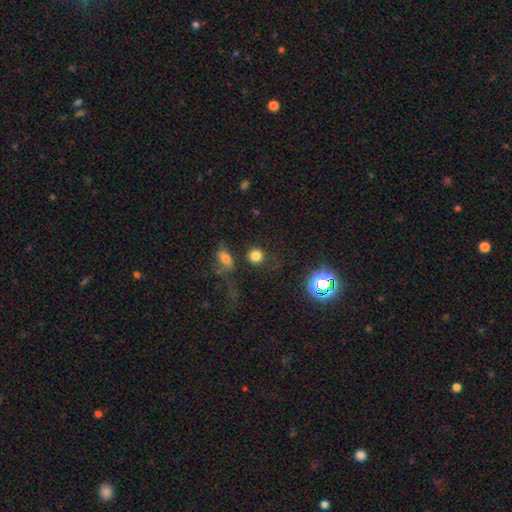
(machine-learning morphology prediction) The model was most divided on "smooth or featured": smooth: 77%, star or artifact: 17%, featured or disk: 6%. More confident: how rounded — round (90%); merging — none (73%).